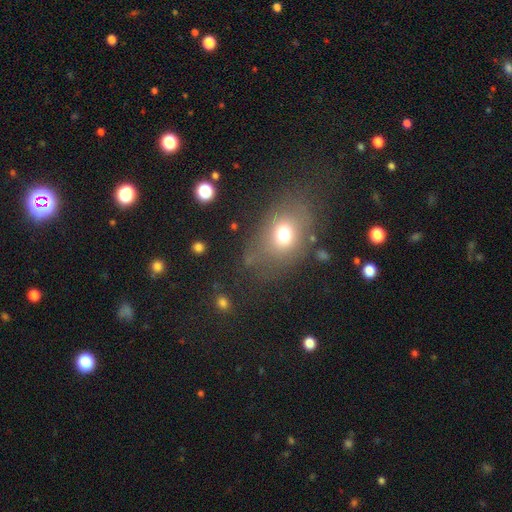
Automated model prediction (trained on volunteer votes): This appears to be a smooth galaxy with no disk features (67%) that is in between round and cigar-shaped (66%). Merging: none (71%).